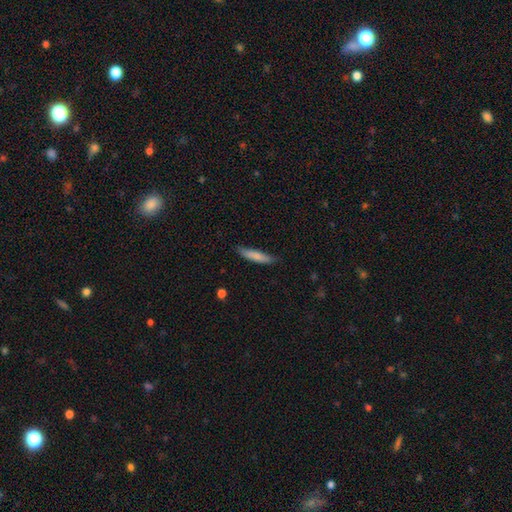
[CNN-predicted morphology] The model was most divided on "merging": none: 81%, minor disturbance: 16%, major disturbance: 2%, merger: 1%. More confident: how rounded — cigar-shaped (84%); smooth or featured — smooth (81%).